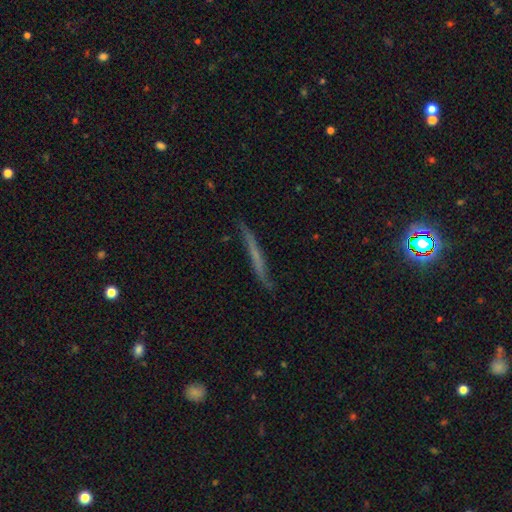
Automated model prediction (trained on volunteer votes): A featured or disk galaxy (52%) viewed edge-on (88%). Merging: none (79%).